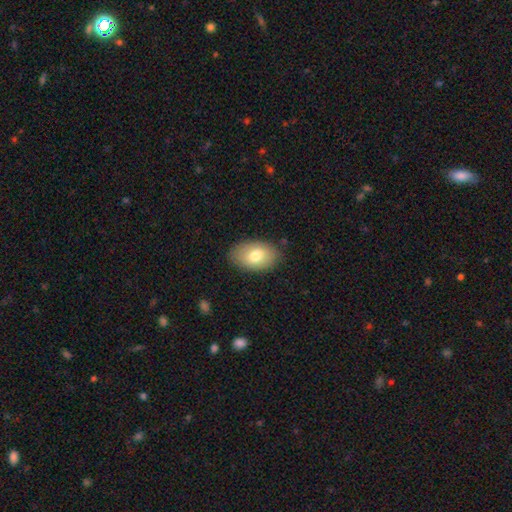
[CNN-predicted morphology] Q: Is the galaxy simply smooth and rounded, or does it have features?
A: smooth — 76%.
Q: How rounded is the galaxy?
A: in between — 90%.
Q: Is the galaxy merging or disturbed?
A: none — 84%.